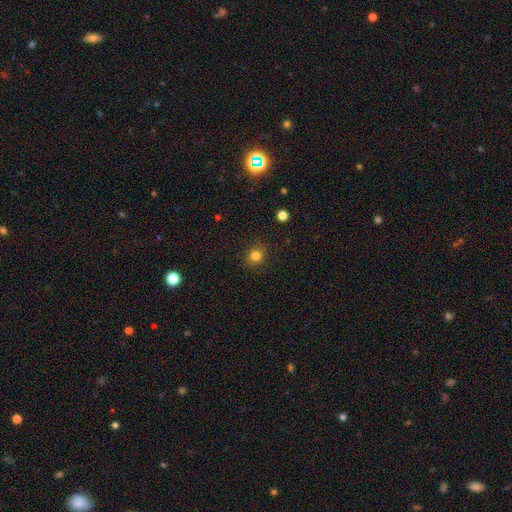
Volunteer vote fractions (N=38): A smooth galaxy with no disk features (84%) that is round (88%).

Vote fractions:
- Smooth or featured? smooth: 84% / featured or disk: 8% / star or artifact: 8%
- How rounded? round: 88% / in between: 12% / cigar-shaped: 0%
- Merging? none: 89% / minor disturbance: 11% / major disturbance: 0% / merger: 0%